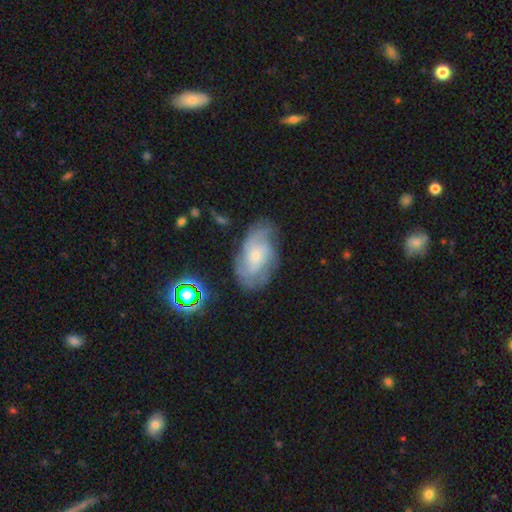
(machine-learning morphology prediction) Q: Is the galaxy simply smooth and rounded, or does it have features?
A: featured or disk — 66%.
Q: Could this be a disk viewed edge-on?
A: no — 96%.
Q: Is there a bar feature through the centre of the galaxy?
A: no — 70%.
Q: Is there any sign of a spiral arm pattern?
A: yes — 88%.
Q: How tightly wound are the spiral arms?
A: tight — 41%.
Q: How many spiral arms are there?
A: can't tell — 41%.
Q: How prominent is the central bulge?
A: small — 64%.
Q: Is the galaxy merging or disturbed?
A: none — 66%.